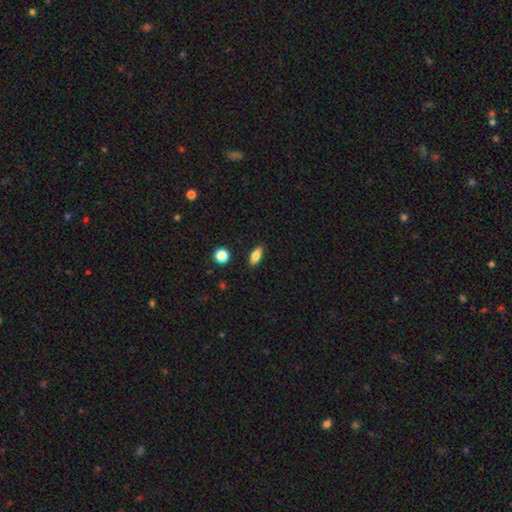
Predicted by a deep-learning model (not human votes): The model was most divided on "smooth or featured": smooth: 78%, featured or disk: 14%, star or artifact: 8%. More confident: merging — none (88%); how rounded — in between (81%).